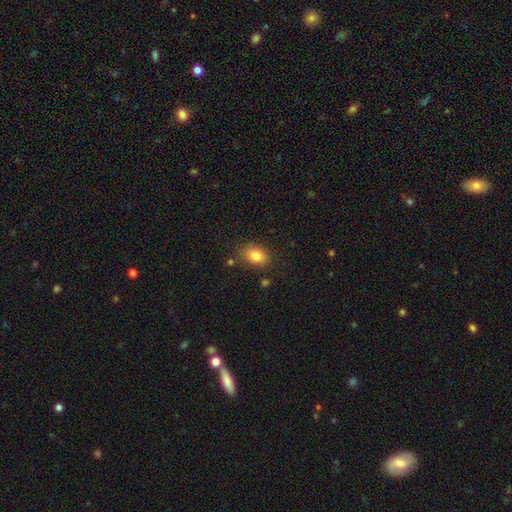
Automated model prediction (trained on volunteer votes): Morphology: type=smooth (83%); roundness=in between (74%); merging=none (80%).